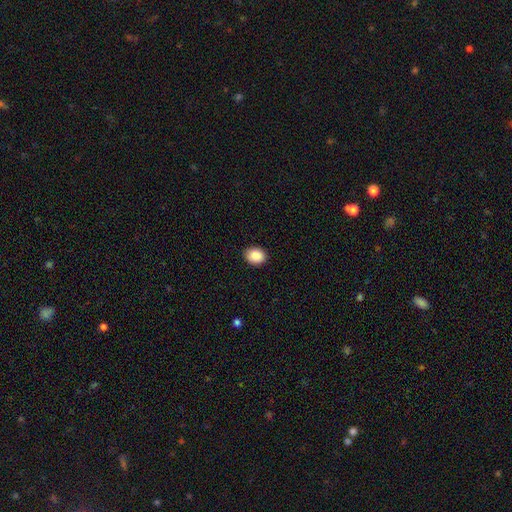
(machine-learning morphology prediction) Smooth or featured? smooth (89%)
How rounded? in between (52%)
Merging? none (88%)